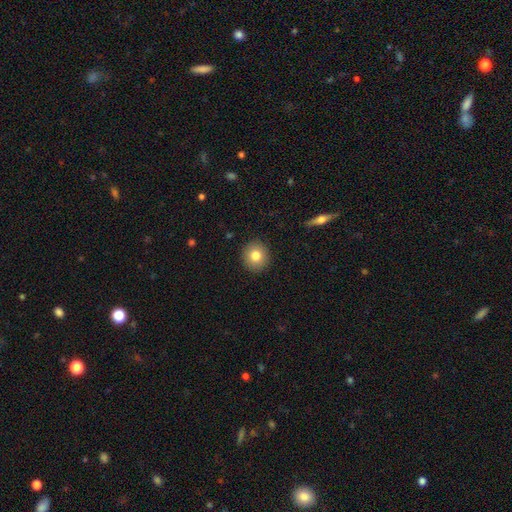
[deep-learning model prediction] The model was most divided on "smooth or featured": smooth: 80%, featured or disk: 10%, star or artifact: 9%. More confident: merging — none (91%); how rounded — round (88%).